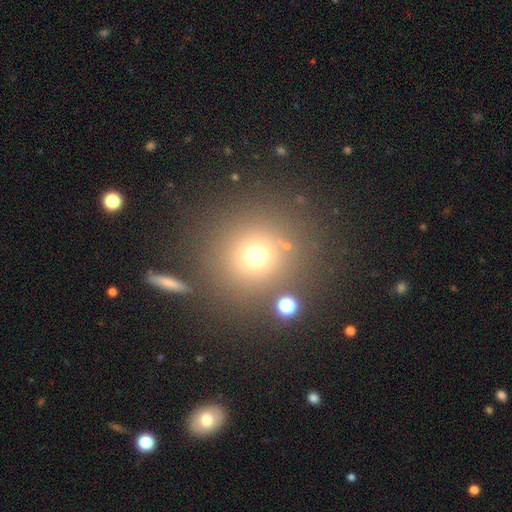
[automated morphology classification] smooth_or_featured: smooth (p=0.68) [alt: star or artifact p=0.21]
how_rounded: round (p=0.92) [alt: in between p=0.07]
merging: none (p=0.79) [alt: minor disturbance p=0.08]